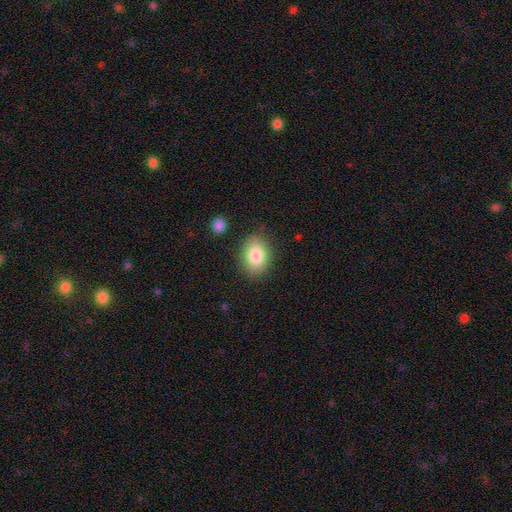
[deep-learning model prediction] Overall: smooth (84%). How rounded: in between (71%). Merging: none (83%).